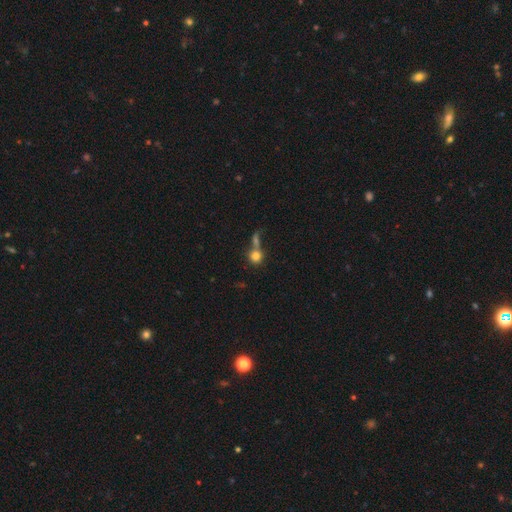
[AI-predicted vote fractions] Smooth or featured: smooth — 79% (star or artifact — 11%)
How rounded: round — 85% (in between — 13%)
Merging: merger — 41% (tied with none — 41%)